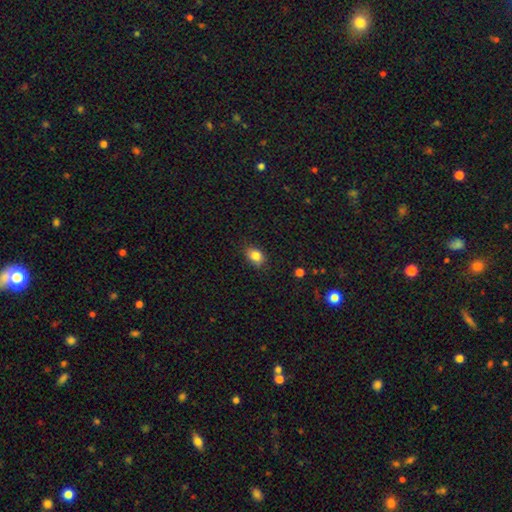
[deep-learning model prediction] Smooth or featured? smooth (84%)
How rounded? in between (69%)
Merging? none (80%)